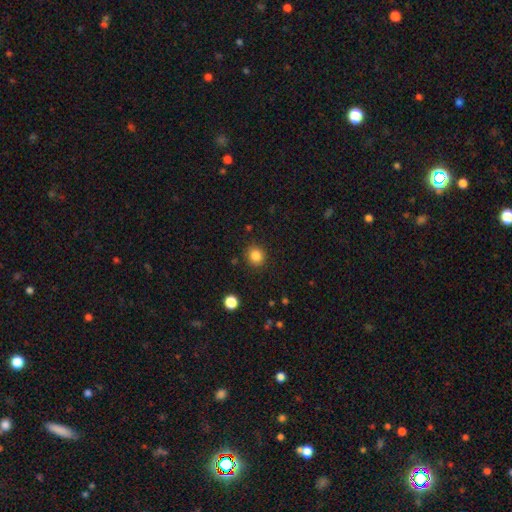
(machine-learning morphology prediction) This is clearly a smooth galaxy (84%). How rounded: clearly round (86%). Merging: clearly none (88%).